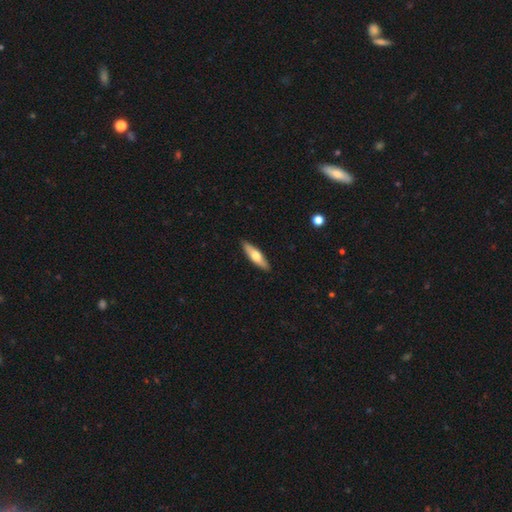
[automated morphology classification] A smooth galaxy with no disk features (57%) that is cigar-shaped (69%).

Vote fractions:
- Smooth or featured? smooth: 57% / featured or disk: 38% / star or artifact: 5%
- How rounded? cigar-shaped: 69% / in between: 29% / round: 2%
- Merging? none: 90% / minor disturbance: 8% / major disturbance: 2% / merger: 1%